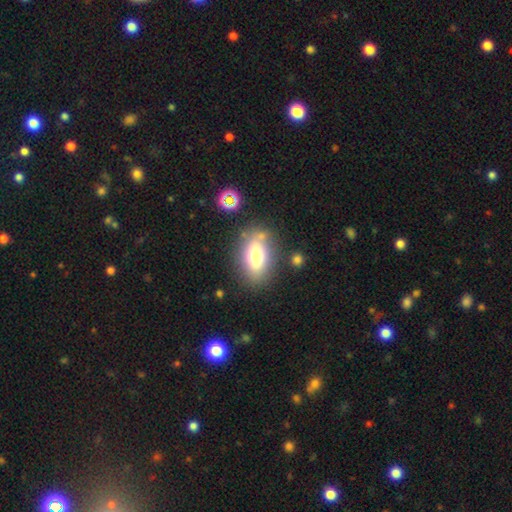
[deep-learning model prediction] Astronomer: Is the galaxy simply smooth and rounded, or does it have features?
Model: smooth — 72%.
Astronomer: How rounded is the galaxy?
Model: in between — 83%.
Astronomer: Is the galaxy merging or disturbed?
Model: none — 74%.